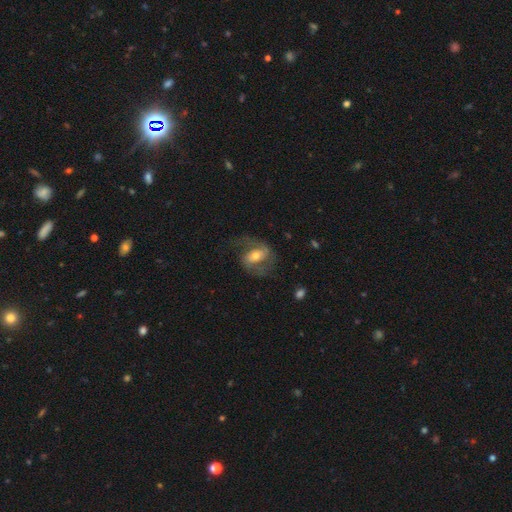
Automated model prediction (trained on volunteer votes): The model was most divided on "bar": weak: 42%, no: 32%, strong: 26%. More confident: edge-on disk — no (97%); spiral arms — yes (93%); spiral arm count — 2 (87%); smooth or featured — featured or disk (78%); bulge size — moderate (63%); merging — none (62%); spiral winding — medium (51%).